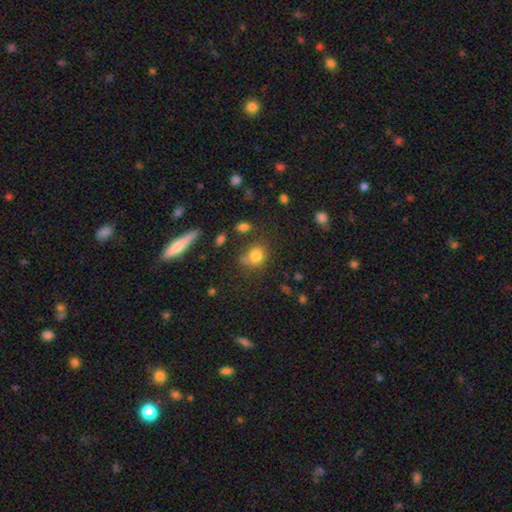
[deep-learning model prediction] This appears to be a smooth galaxy with no disk features (79%) that is round (67%). Merging: none (58%).